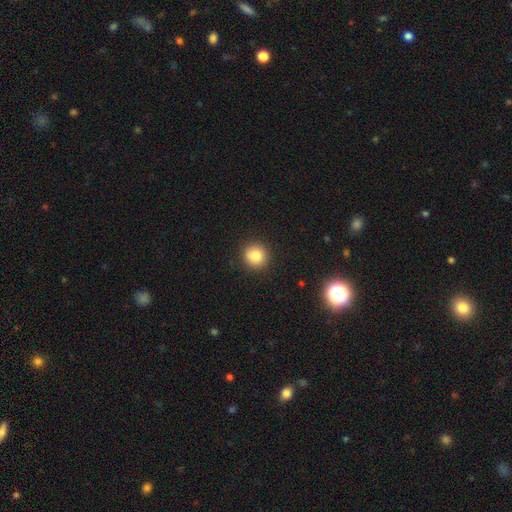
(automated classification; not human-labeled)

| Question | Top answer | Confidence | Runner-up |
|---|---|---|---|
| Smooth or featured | smooth | 82% | star or artifact (11%) |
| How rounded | round | 93% | in between (6%) |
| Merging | none | 91% | minor disturbance (6%) |